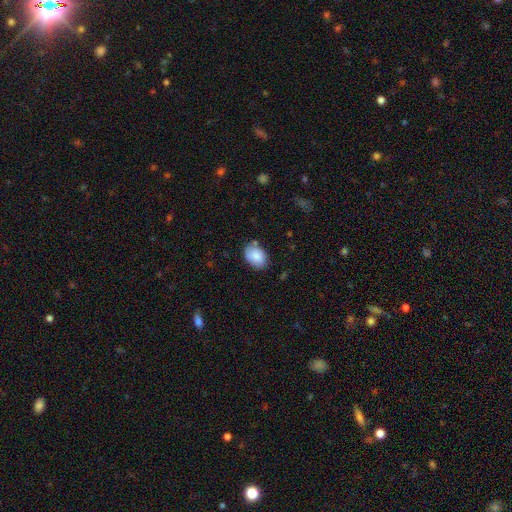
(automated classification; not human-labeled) smooth-or-featured: smooth: 83% | featured or disk: 10% | star or artifact: 7%
  how-rounded: in between: 78% | round: 21% | cigar-shaped: 1%
  merging: none: 68% | minor disturbance: 23% | major disturbance: 5% | merger: 4%